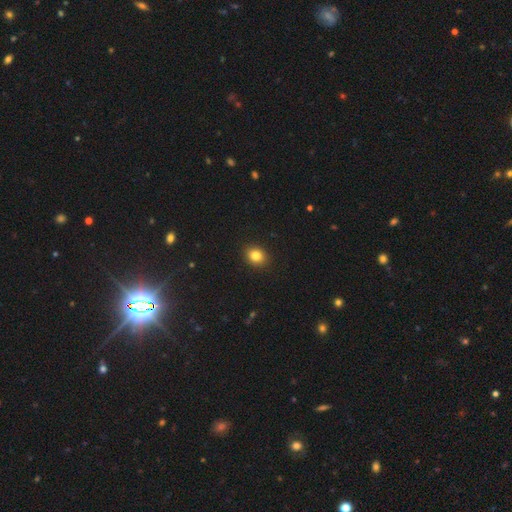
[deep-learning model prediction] Smooth or featured: smooth — 83% (star or artifact — 11%)
How rounded: round — 56% (in between — 43%)
Merging: none — 91% (minor disturbance — 6%)